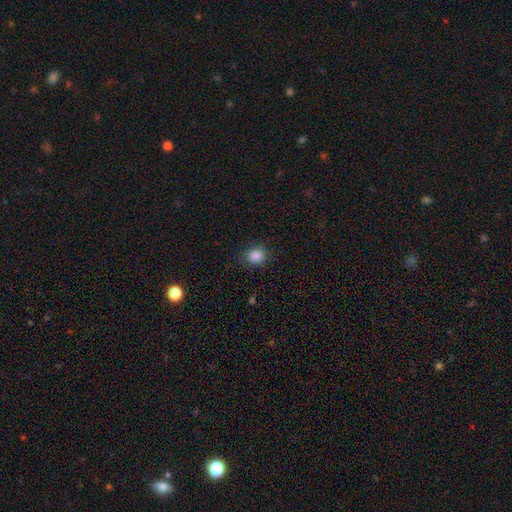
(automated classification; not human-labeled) A smooth galaxy with no disk features (86%) that is round (69%). Merging: none (85%).